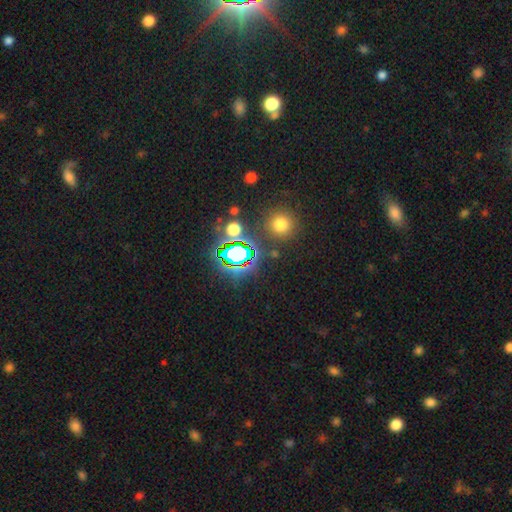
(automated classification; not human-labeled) smooth_or_featured: star or artifact (p=0.75) [alt: smooth p=0.18]